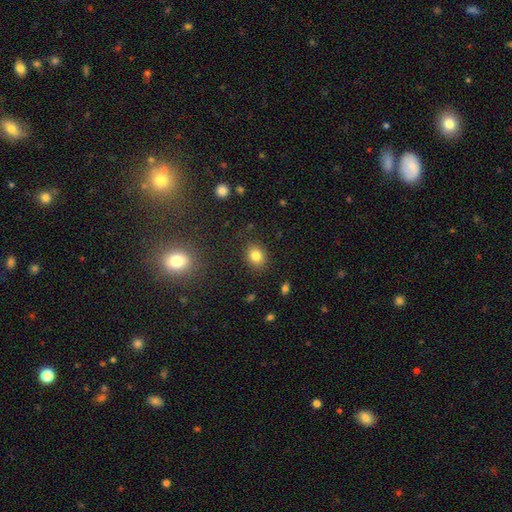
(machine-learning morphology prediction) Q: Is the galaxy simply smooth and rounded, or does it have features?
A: smooth — 82%.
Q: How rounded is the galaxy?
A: round — 57%.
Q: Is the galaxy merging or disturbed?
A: none — 87%.